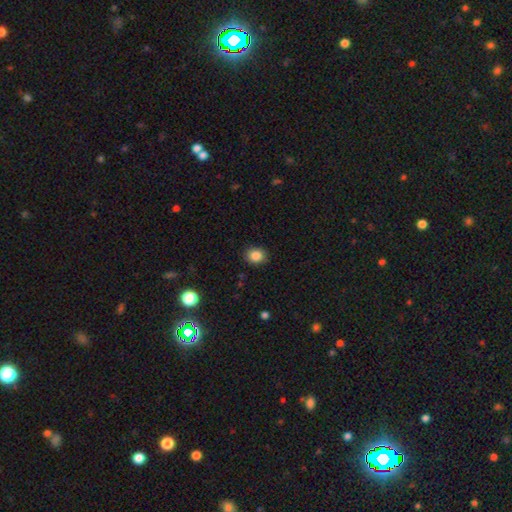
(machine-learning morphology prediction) smooth 86%, star or artifact 10%, featured or disk 4%. Down the decision tree: how rounded — round (59%); merging — none (89%).